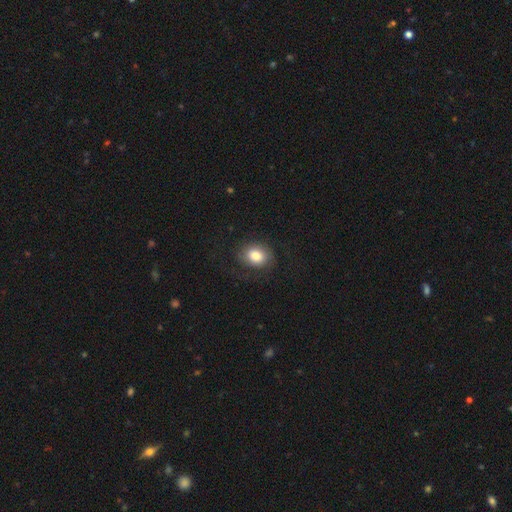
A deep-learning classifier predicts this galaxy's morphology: Smooth or featured: smooth — 80% (featured or disk — 12%)
How rounded: round — 53% (in between — 46%)
Merging: none — 74% (minor disturbance — 15%)